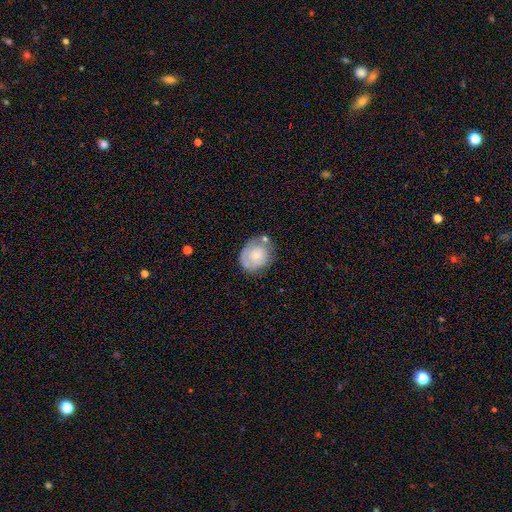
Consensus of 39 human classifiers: Smooth or featured?
  - featured or disk: 54% *
  - smooth: 44%
  - star or artifact: 3%
Edge-on disk?
  - no: 95% *
  - yes: 5%
Bar?
  - no: 85% *
  - weak: 10%
  - strong: 5%
Spiral arms?
  - yes: 70% *
  - no: 30%
Spiral winding?
  - tight: 64% *
  - medium: 29%
  - loose: 7%
Spiral arm count?
  - 1: 43% * (tied)
  - can't tell: 43% * (tied)
  - 2: 7%
  - more than 4: 7%
  - 3: 0%
  - 4: 0%
Bulge size?
  - small: 65% *
  - moderate: 30%
  - large: 5%
  - dominant: 0%
  - none: 0%
Merging?
  - minor disturbance: 39% *
  - none: 37%
  - merger: 13%
  - major disturbance: 11%